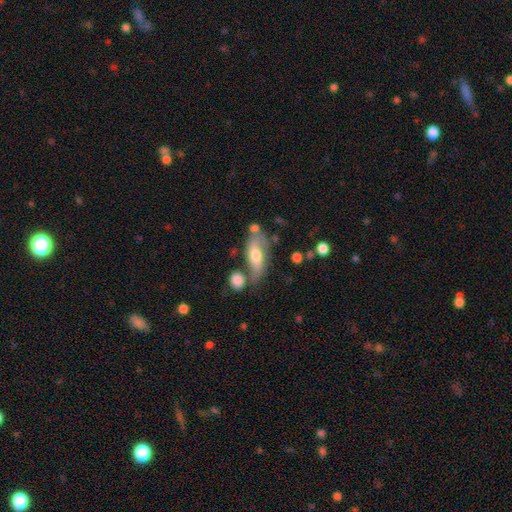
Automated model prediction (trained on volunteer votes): The model was most divided on "smooth or featured": featured or disk: 51%, smooth: 42%, star or artifact: 7%. More confident: edge-on disk — no (70%); merging — none (52%).